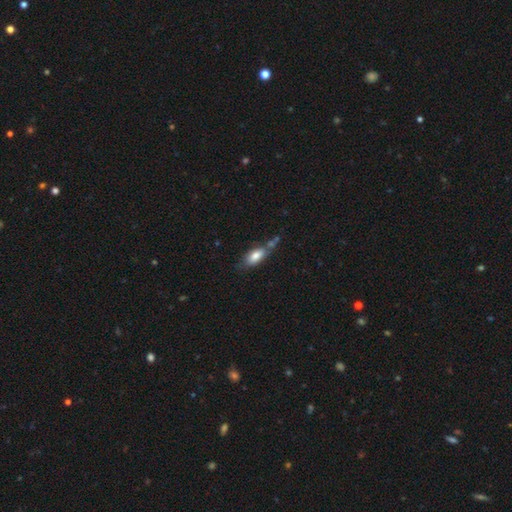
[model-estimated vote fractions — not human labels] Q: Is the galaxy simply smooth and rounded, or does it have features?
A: smooth — 75%.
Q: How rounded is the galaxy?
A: in between — 82%.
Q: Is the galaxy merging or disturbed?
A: none — 46%.